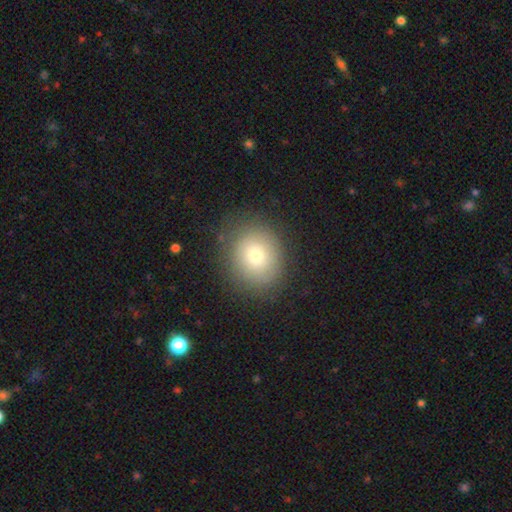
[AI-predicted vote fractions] smooth 73%, featured or disk 16%, star or artifact 11%. Down the decision tree: how rounded — round (71%); merging — none (83%).